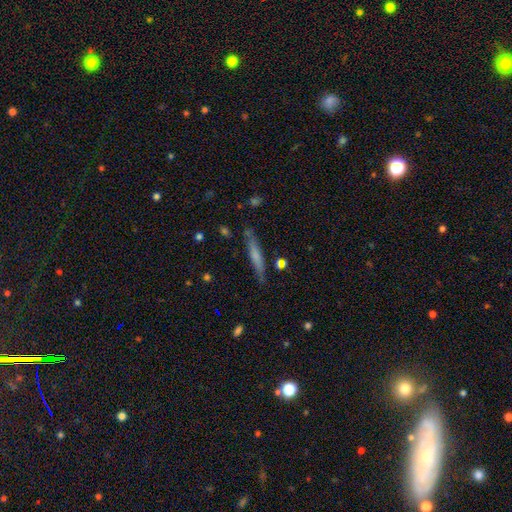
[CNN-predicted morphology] Overall: smooth (56%; featured or disk 37%). How rounded: cigar-shaped (92%). Merging: none (80%).